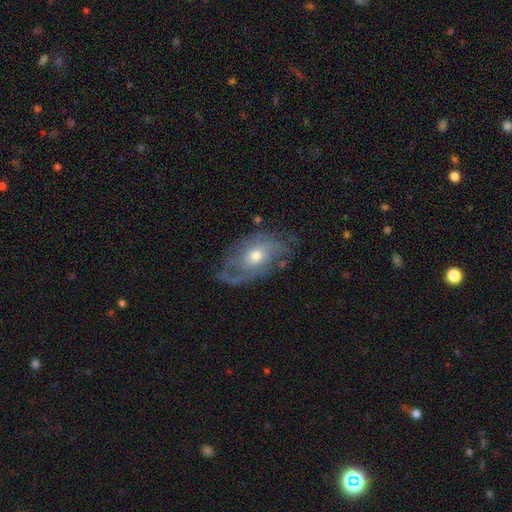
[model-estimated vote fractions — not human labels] Overall: featured or disk (79%). Edge-on disk: no (95%). Bar: no (78%). Spiral arms: yes (89%). Spiral arm count: 2 (33%, tied with can't tell). Spiral winding: tight (40%; medium 39%). Bulge size: moderate (67%; small 27%). Merging: none (66%).